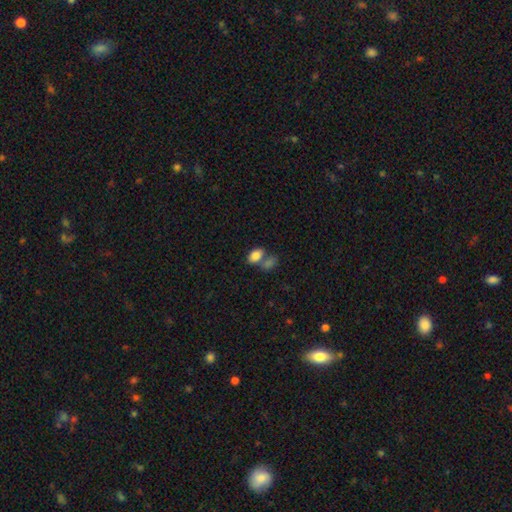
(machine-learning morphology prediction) The model was most divided on "merging" (2-way tie): none: 42%, merger: 42%, minor disturbance: 12%, major disturbance: 5%. More confident: how rounded — in between (88%); smooth or featured — smooth (83%).